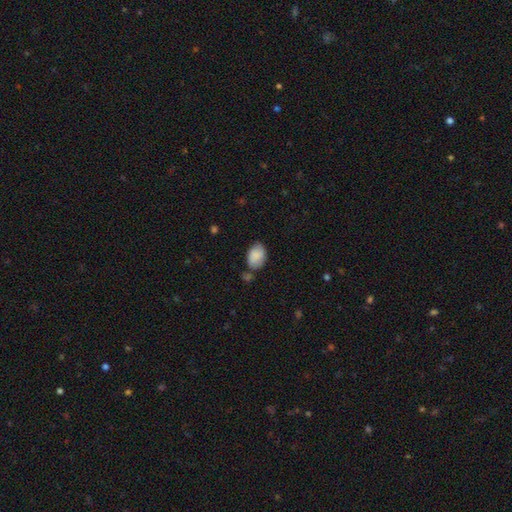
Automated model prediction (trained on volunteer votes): Overall: smooth (85%). How rounded: in between (85%). Merging: none (61%; minor disturbance 24%).